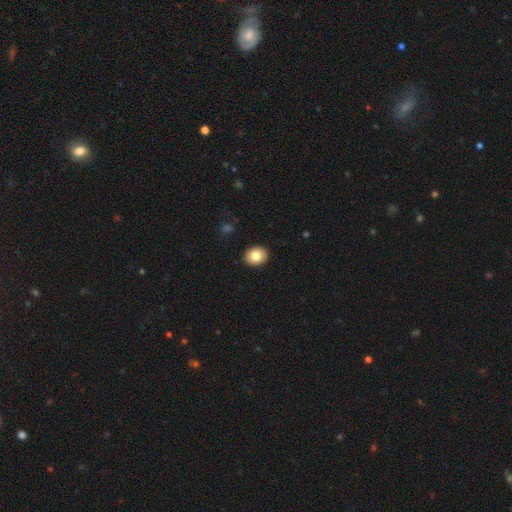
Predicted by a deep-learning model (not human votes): Smooth or featured? Predicted: smooth (p=0.81). How rounded? Predicted: round (p=0.59). Merging? Predicted: none (p=0.92).